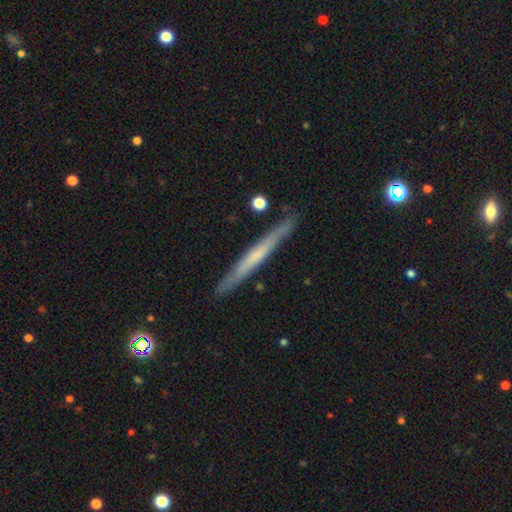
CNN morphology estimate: Overall: featured or disk (52%; smooth 42%). Edge-on disk: yes (96%). Merging: none (88%).